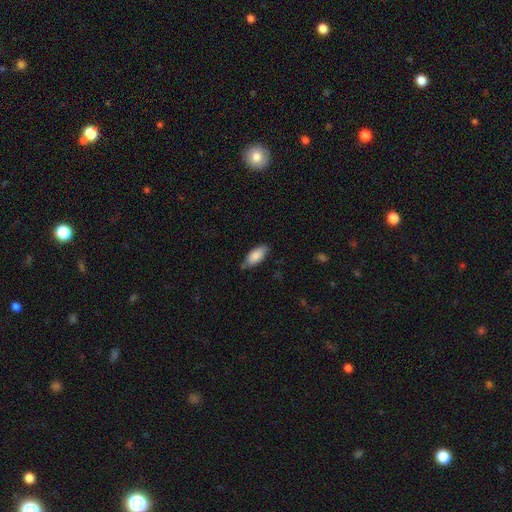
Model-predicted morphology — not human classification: Smooth or featured: smooth — 84% (featured or disk — 9%)
How rounded: in between — 88% (cigar-shaped — 10%)
Merging: none — 70% (minor disturbance — 24%)